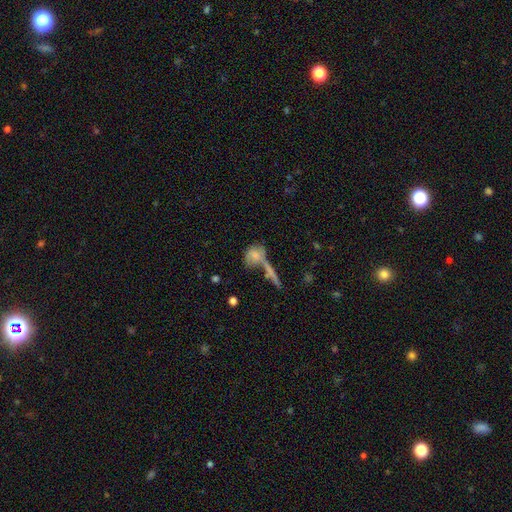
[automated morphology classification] smooth_or_featured: smooth (p=0.65) [alt: featured or disk p=0.24]
how_rounded: in between (p=0.46) [alt: round p=0.42]
merging: none (p=0.38) [alt: merger p=0.35]